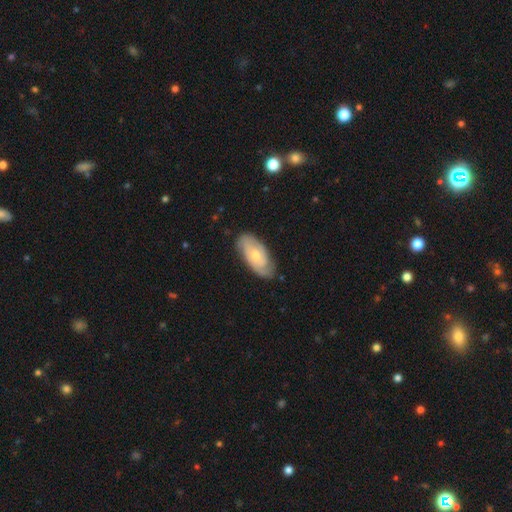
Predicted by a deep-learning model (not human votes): Smooth or featured: featured or disk — 61% (smooth — 33%)
Edge-on disk: no — 92% (yes — 8%)
Bar: no — 73% (weak — 23%)
Spiral arms: yes — 86% (no — 14%)
Bulge size: small — 56% (moderate — 39%)
Merging: none — 77% (minor disturbance — 18%)